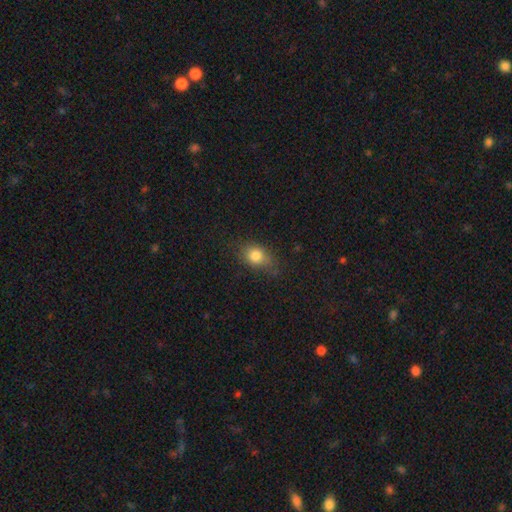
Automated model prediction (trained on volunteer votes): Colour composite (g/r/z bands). It shows a smooth galaxy with no disk features (80%) that is in between round and cigar-shaped (56%). Merging: none (64%).